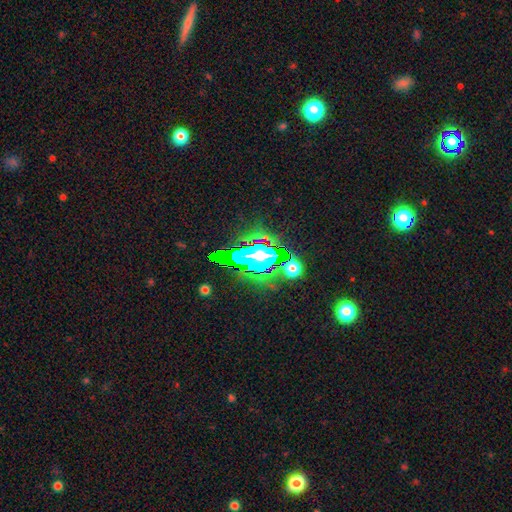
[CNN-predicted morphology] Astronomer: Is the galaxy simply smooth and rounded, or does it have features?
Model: star or artifact — 61%.